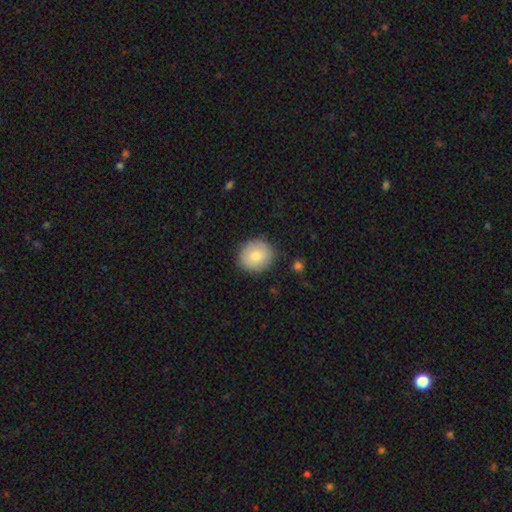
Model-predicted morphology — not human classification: smooth 80%, featured or disk 13%, star or artifact 7%. Down the decision tree: how rounded — round (80%); merging — none (86%).